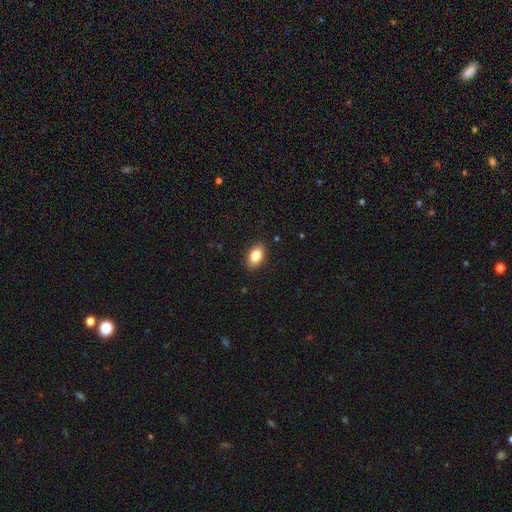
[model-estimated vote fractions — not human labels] This appears to be a smooth galaxy with no disk features (84%) that is in between round and cigar-shaped (89%). Merging: none (88%).